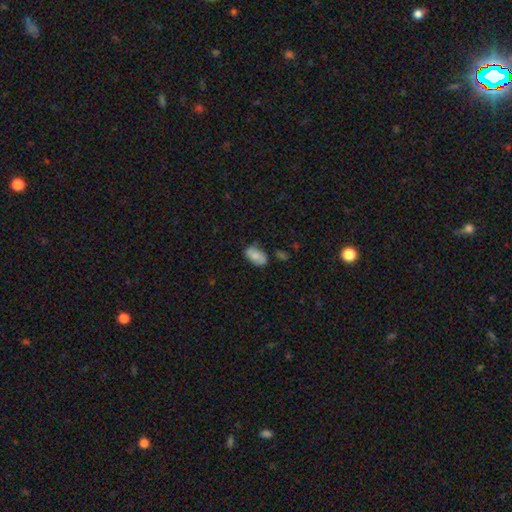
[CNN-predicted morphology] Smooth or featured?
  - smooth: 71% *
  - featured or disk: 21%
  - star or artifact: 7%
How rounded?
  - in between: 92% *
  - round: 6%
  - cigar-shaped: 2%
Merging?
  - none: 66% *
  - minor disturbance: 26%
  - major disturbance: 5%
  - merger: 3%